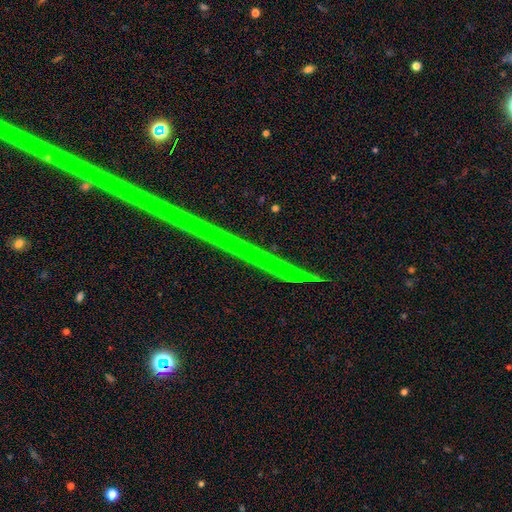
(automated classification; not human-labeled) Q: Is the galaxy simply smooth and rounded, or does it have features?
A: star or artifact — 81%.